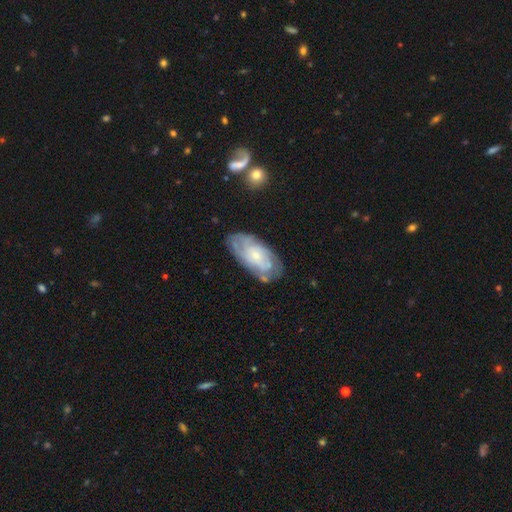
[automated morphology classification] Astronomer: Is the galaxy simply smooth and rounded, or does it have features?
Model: featured or disk — 62%.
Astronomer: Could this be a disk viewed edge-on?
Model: no — 92%.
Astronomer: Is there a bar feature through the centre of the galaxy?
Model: no — 75%.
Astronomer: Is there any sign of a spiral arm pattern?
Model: yes — 75%.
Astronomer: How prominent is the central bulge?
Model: small — 66%.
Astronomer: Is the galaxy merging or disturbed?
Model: none — 69%.